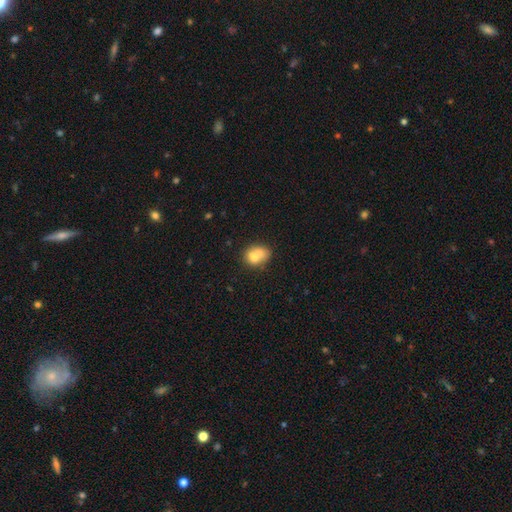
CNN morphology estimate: Smooth or featured?
  - smooth: 67% *
  - featured or disk: 23%
  - star or artifact: 9%
How rounded?
  - in between: 57% *
  - round: 42%
  - cigar-shaped: 1%
Merging?
  - merger: 46% *
  - none: 35%
  - minor disturbance: 13%
  - major disturbance: 5%